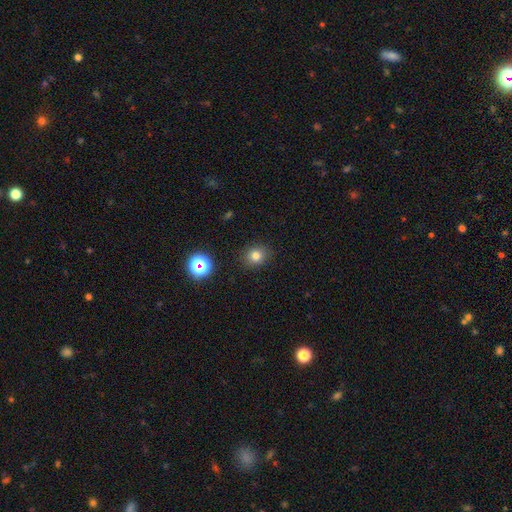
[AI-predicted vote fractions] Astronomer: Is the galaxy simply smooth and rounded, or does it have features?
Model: smooth — 78%.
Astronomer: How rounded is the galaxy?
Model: round — 77%.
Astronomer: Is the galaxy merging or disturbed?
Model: none — 89%.